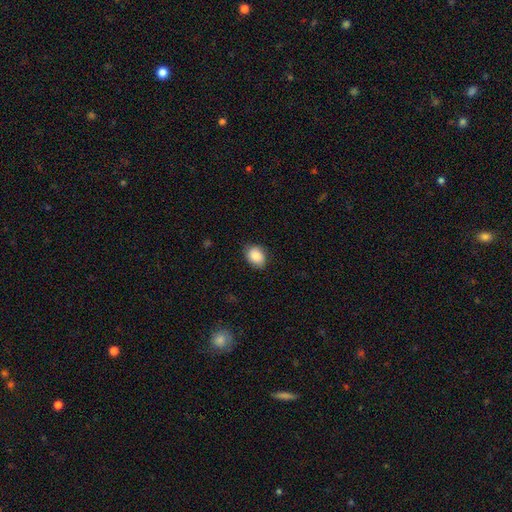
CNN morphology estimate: This appears to be a smooth galaxy with no disk features (87%) that is in between round and cigar-shaped (64%). Merging: none (80%).